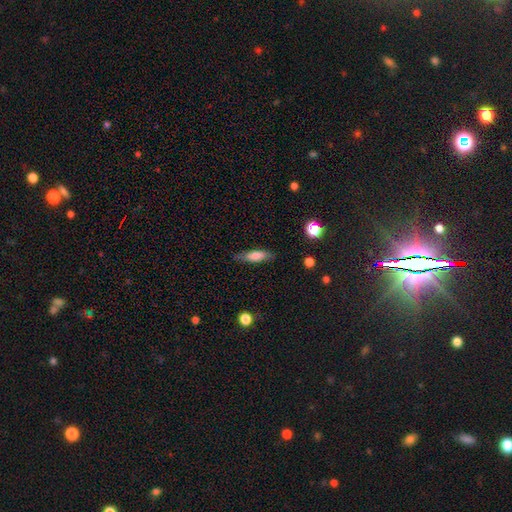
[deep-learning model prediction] Overall: smooth (72%). How rounded: cigar-shaped (53%; in between 44%). Merging: none (79%).